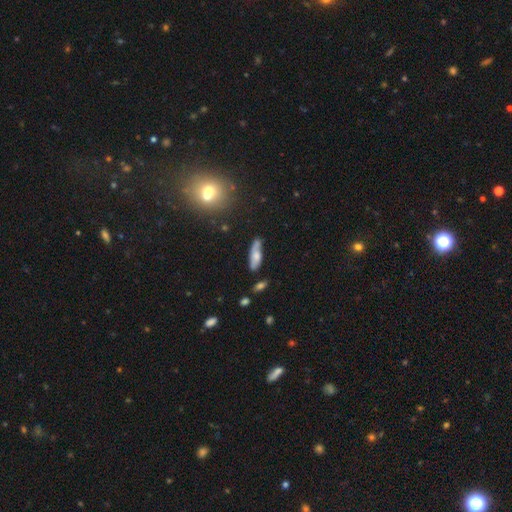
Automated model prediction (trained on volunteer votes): Overall: smooth (56%; featured or disk 37%). How rounded: in between (56%; cigar-shaped 41%). Merging: none (59%; minor disturbance 27%).